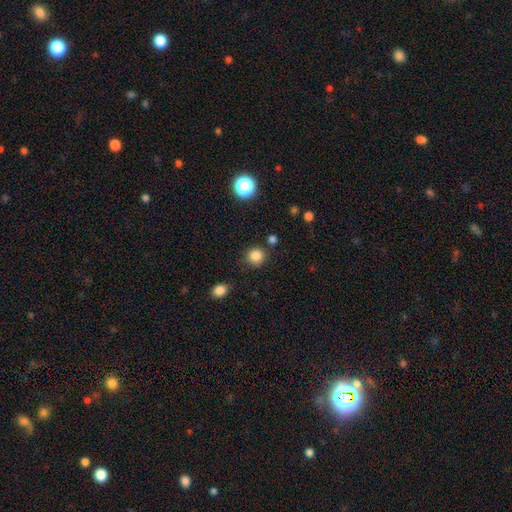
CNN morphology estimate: Overall: smooth (84%). How rounded: round (90%). Merging: none (83%).